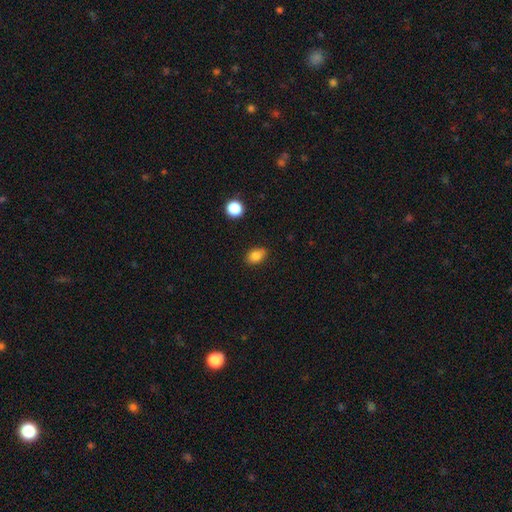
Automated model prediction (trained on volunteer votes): smooth_or_featured: smooth (p=0.84) [alt: star or artifact p=0.10]
how_rounded: in between (p=0.78) [alt: round p=0.20]
merging: none (p=0.84) [alt: minor disturbance p=0.12]